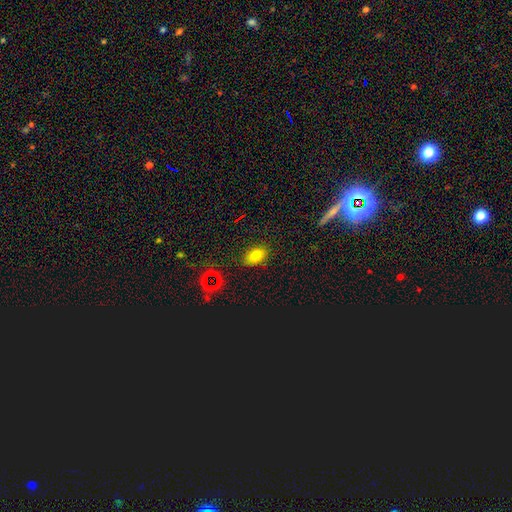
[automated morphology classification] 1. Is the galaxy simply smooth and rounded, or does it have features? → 73% smooth, 17% star or artifact, 10% featured or disk.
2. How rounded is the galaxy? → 84% in between, 14% round, 2% cigar-shaped.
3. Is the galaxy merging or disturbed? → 85% none, 10% minor disturbance, 3% major disturbance, 2% merger.